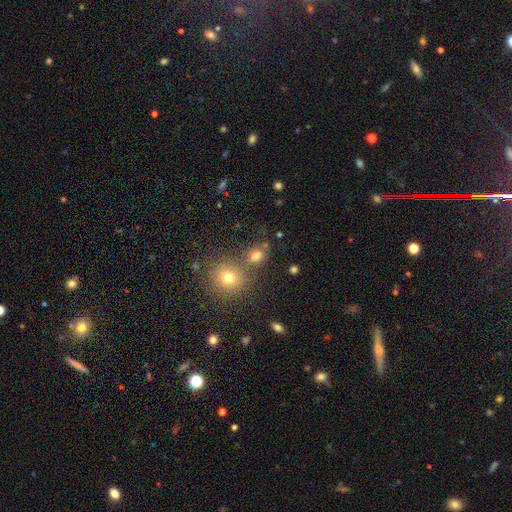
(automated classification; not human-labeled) Smooth or featured?
  - smooth: 72% *
  - star or artifact: 19%
  - featured or disk: 9%
How rounded?
  - round: 50% *
  - in between: 48%
  - cigar-shaped: 2%
Merging?
  - none: 60% *
  - merger: 23%
  - minor disturbance: 12%
  - major disturbance: 5%